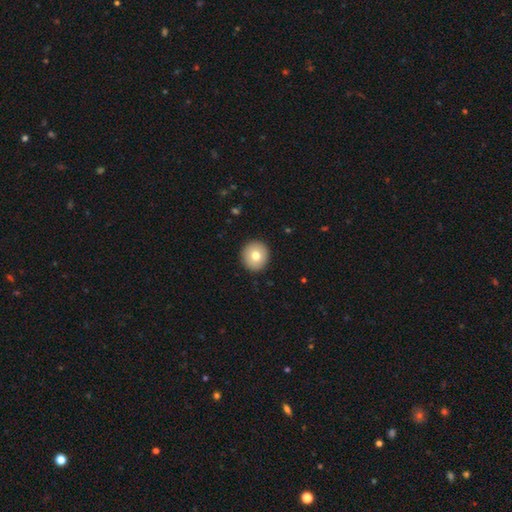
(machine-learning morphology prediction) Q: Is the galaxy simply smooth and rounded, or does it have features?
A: smooth — 76%.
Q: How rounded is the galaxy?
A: round — 92%.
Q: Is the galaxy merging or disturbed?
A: none — 92%.